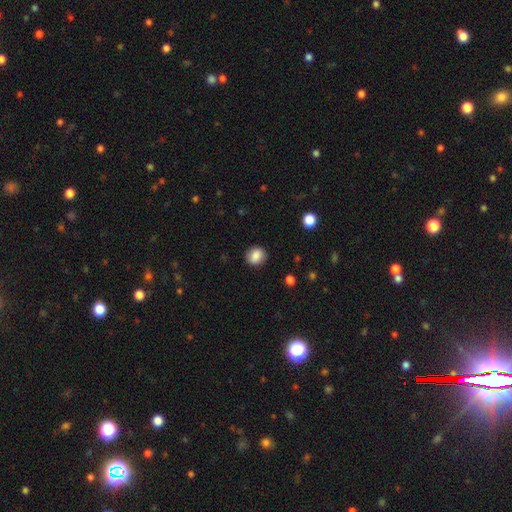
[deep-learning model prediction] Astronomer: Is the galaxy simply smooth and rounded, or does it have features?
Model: smooth — 86%.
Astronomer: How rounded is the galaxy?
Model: round — 72%.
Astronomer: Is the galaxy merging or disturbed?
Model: none — 88%.